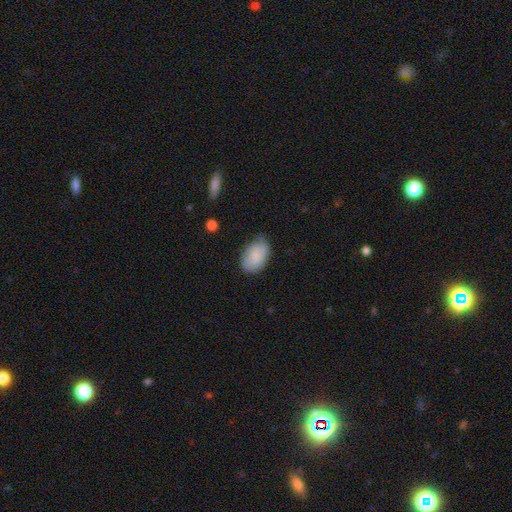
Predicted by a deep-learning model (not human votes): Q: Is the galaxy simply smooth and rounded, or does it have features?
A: smooth — 85%.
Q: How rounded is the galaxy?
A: in between — 89%.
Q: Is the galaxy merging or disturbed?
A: none — 64%.